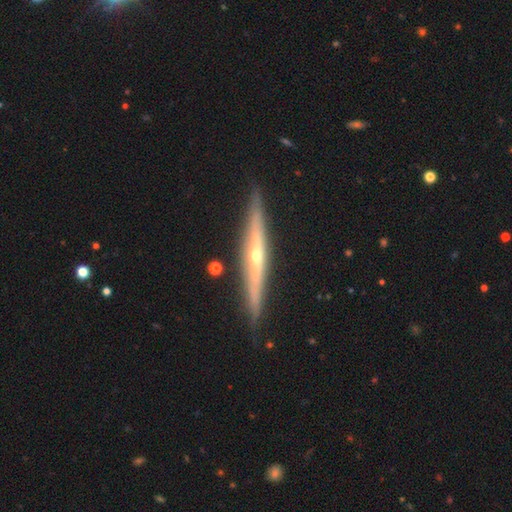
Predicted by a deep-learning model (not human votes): The model was most divided on "edge-on bulge": rounded: 75%, none: 21%, boxy: 3%. More confident: edge-on disk — yes (97%); merging — none (89%); smooth or featured — featured or disk (81%).